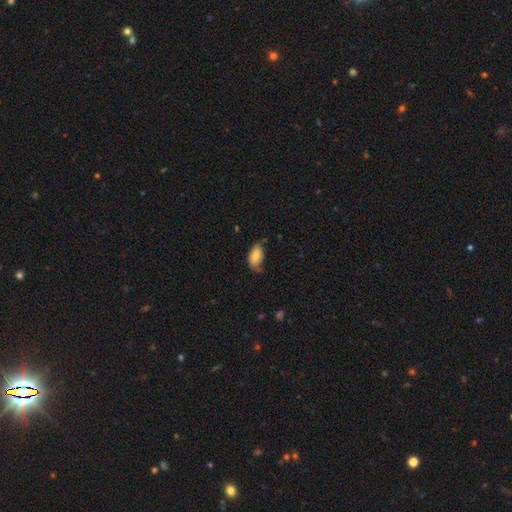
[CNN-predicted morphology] Smooth or featured? Predicted: smooth (p=0.76). How rounded? Predicted: in between (p=0.93). Merging? Predicted: none (p=0.46).